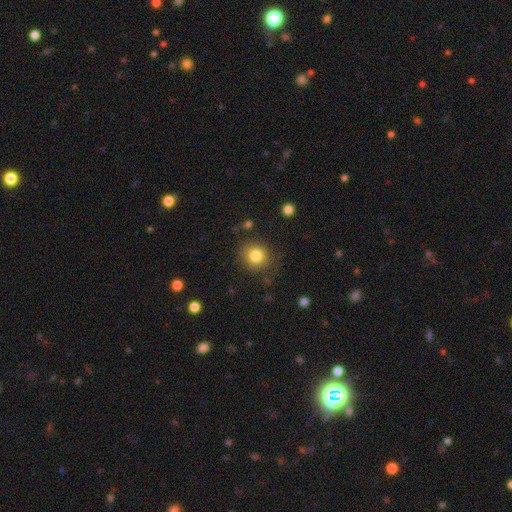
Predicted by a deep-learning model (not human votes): Overall: smooth (81%). How rounded: round (87%). Merging: none (82%).